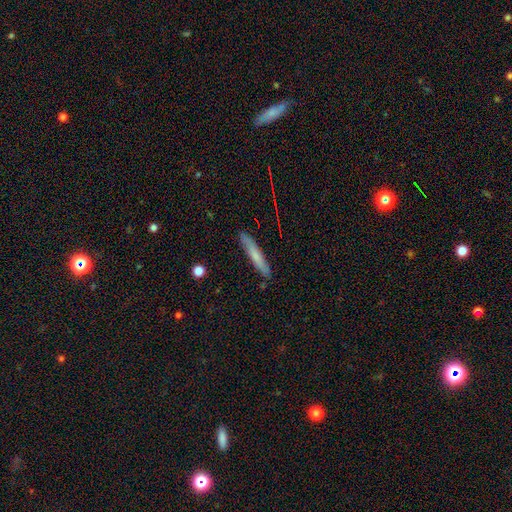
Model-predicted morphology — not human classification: A smooth galaxy with no disk features (64%) that is cigar-shaped (94%). Merging: none (86%).